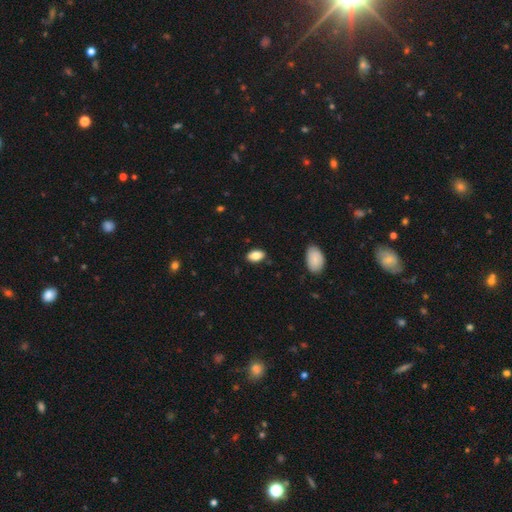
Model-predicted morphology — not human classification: Smooth or featured? smooth (85%)
How rounded? in between (92%)
Merging? none (85%)